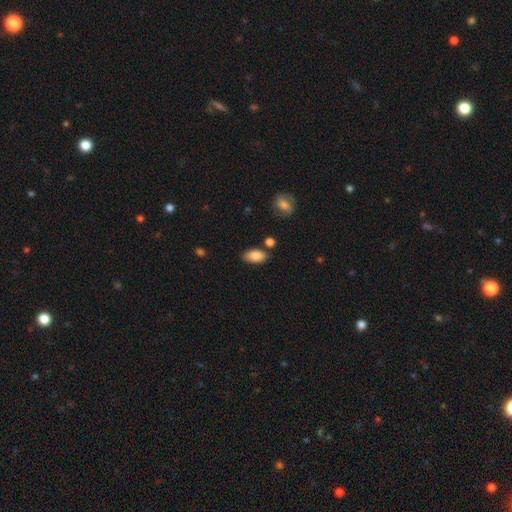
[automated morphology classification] A smooth galaxy with no disk features (86%) that is in between round and cigar-shaped (92%).

Vote fractions:
- Smooth or featured? smooth: 86% / star or artifact: 7% / featured or disk: 7%
- How rounded? in between: 92% / cigar-shaped: 4% / round: 4%
- Merging? none: 78% / minor disturbance: 14% / merger: 5% / major disturbance: 3%